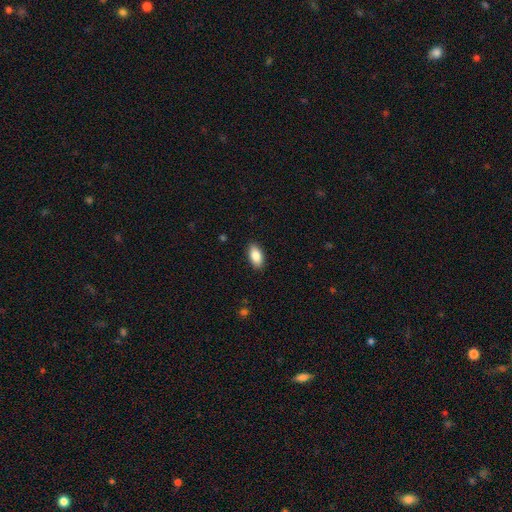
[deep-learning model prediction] A smooth galaxy with no disk features (86%) that is in between round and cigar-shaped (92%).

Vote fractions:
- Smooth or featured? smooth: 86% / featured or disk: 7% / star or artifact: 7%
- How rounded? in between: 92% / cigar-shaped: 5% / round: 3%
- Merging? none: 89% / minor disturbance: 8% / major disturbance: 2% / merger: 1%